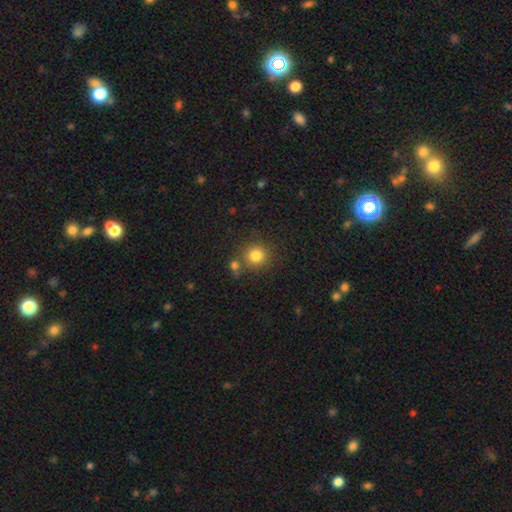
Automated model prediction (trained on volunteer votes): Morphology: type=smooth (82%); roundness=round (91%); merging=none (75%).